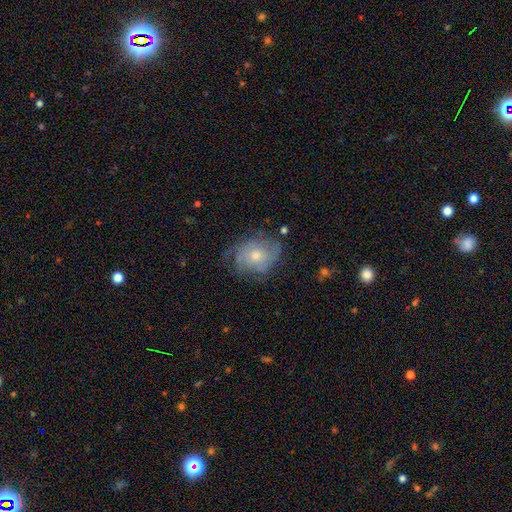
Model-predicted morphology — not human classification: Smooth or featured: featured or disk — 66% (smooth — 25%)
Edge-on disk: no — 96% (yes — 4%)
Bar: no — 79% (weak — 18%)
Spiral arms: yes — 83% (no — 17%)
Spiral winding: tight — 54% (medium — 33%)
Spiral arm count: can't tell — 48% (2 — 16%)
Bulge size: moderate — 57% (small — 37%)
Merging: none — 66% (minor disturbance — 22%)